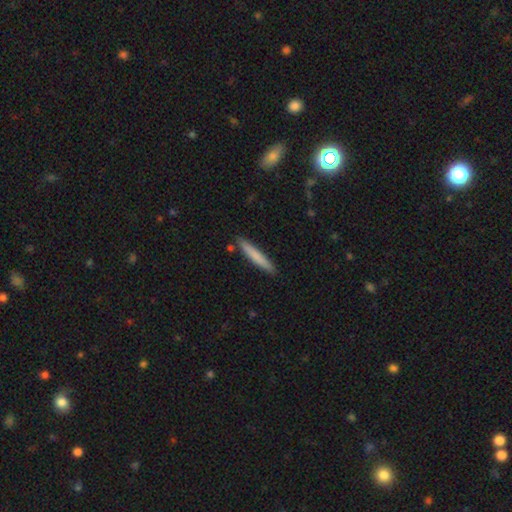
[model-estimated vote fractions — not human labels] Q: Smooth or featured?
A: smooth (76%); runner-up: featured or disk (19%)
Q: How rounded?
A: cigar-shaped (95%); runner-up: in between (4%)
Q: Merging?
A: none (88%); runner-up: minor disturbance (8%)